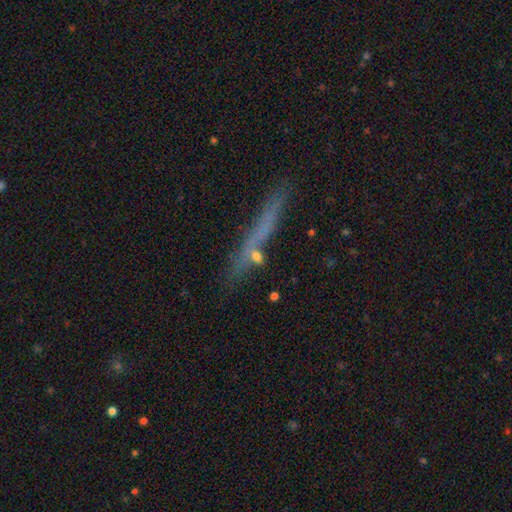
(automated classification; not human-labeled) A smooth galaxy with no disk features (47%).

Vote fractions:
- Smooth or featured? smooth: 47% / featured or disk: 35% / star or artifact: 18%
- Merging? none: 75% / minor disturbance: 14% / major disturbance: 6% / merger: 5%